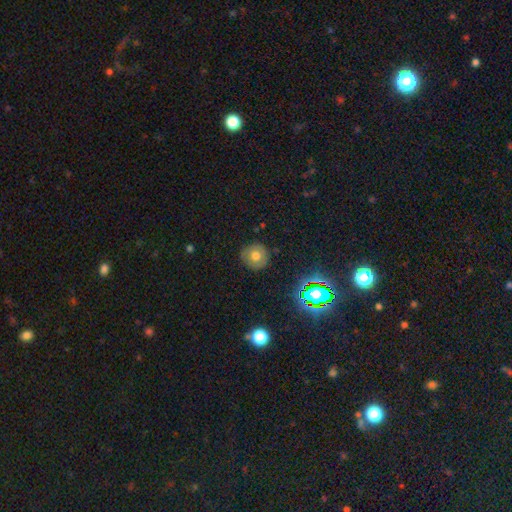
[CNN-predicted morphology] smooth 65%, featured or disk 20%, star or artifact 15%. Down the decision tree: how rounded — round (93%); merging — none (87%).